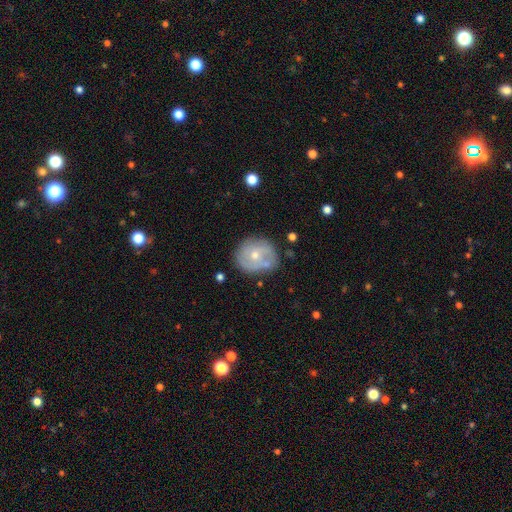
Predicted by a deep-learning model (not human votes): Smooth or featured: featured or disk — 54% (smooth — 39%)
Edge-on disk: no — 97% (yes — 3%)
Bar: no — 79% (weak — 17%)
Spiral arms: yes — 56% (no — 44%)
Bulge size: small — 49% (moderate — 48%)
Merging: none — 63% (minor disturbance — 21%)